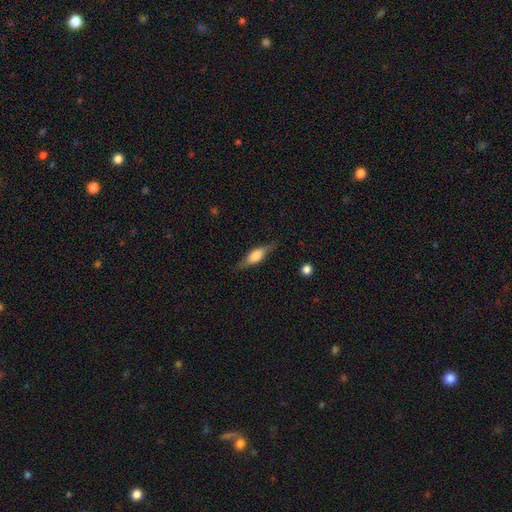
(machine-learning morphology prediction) This is possibly a featured or disk galaxy (51%). It is clearly viewed edge-on (91%). Merging: clearly none (80%).